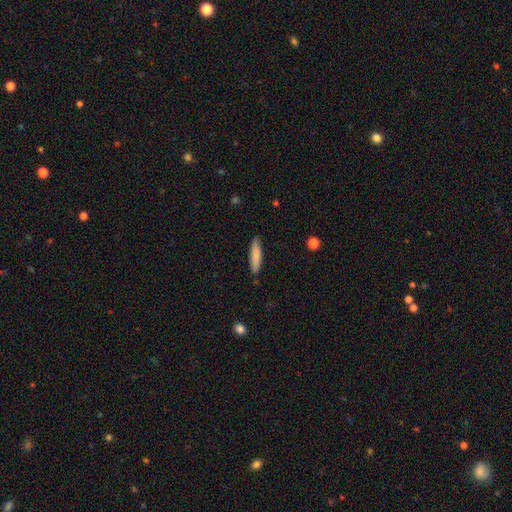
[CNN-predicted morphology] Overall: smooth (83%). How rounded: cigar-shaped (80%). Merging: none (86%).